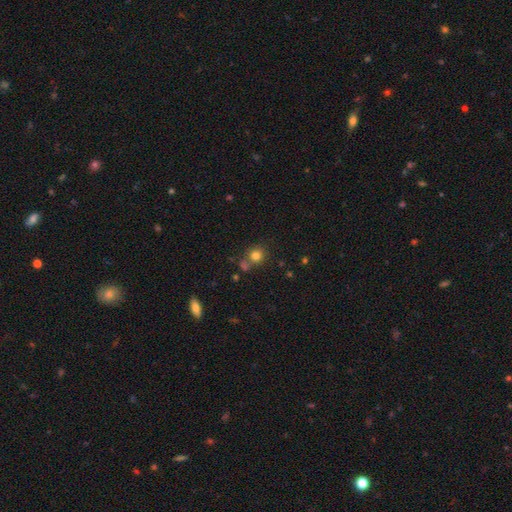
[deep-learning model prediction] A smooth galaxy with no disk features (79%) that is round (89%). Merging: none (69%).